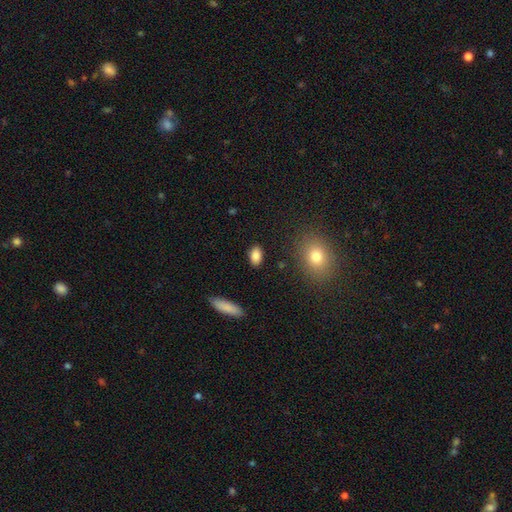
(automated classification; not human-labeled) Smooth or featured?
  - smooth: 85% *
  - star or artifact: 8%
  - featured or disk: 6%
How rounded?
  - in between: 87% *
  - round: 9%
  - cigar-shaped: 3%
Merging?
  - none: 87% *
  - minor disturbance: 9%
  - major disturbance: 2%
  - merger: 2%